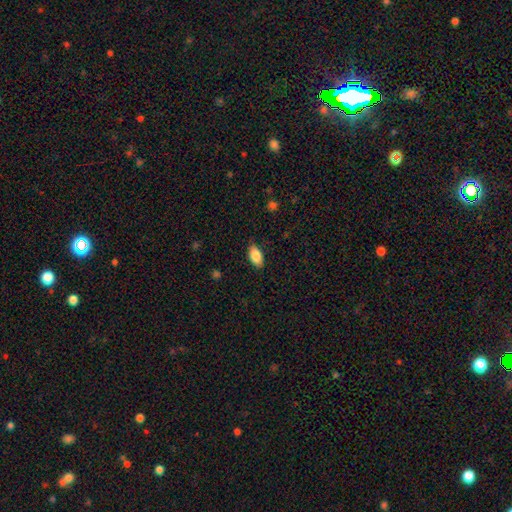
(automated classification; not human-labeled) A smooth galaxy with no disk features (86%) that is in between round and cigar-shaped (92%). Merging: none (85%).